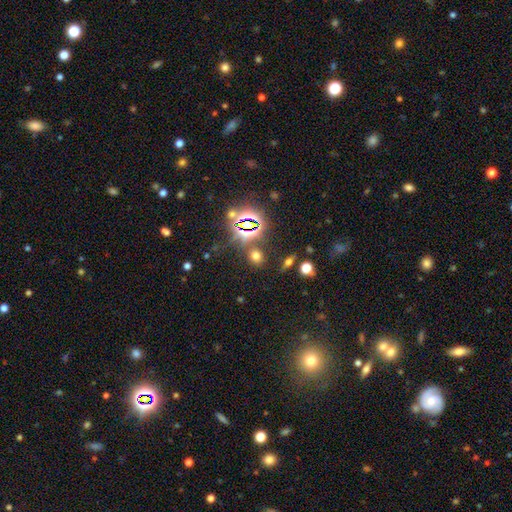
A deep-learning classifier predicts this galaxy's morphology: Smooth or featured? smooth (54%)
How rounded? round (64%)
Merging? none (81%)